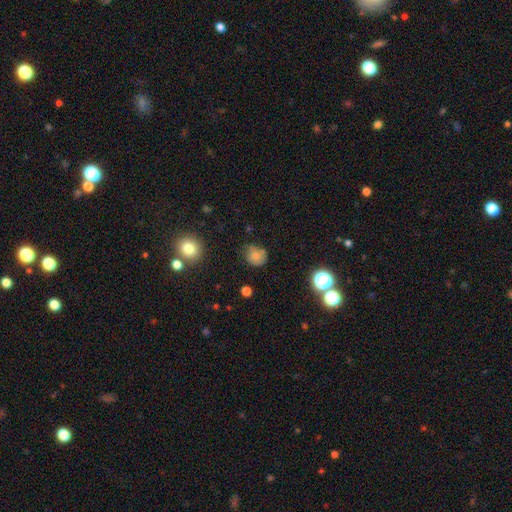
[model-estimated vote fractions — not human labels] The model was most divided on "merging": none: 58%, minor disturbance: 29%, major disturbance: 9%, merger: 4%. More confident: how rounded — round (76%); smooth or featured — smooth (74%).